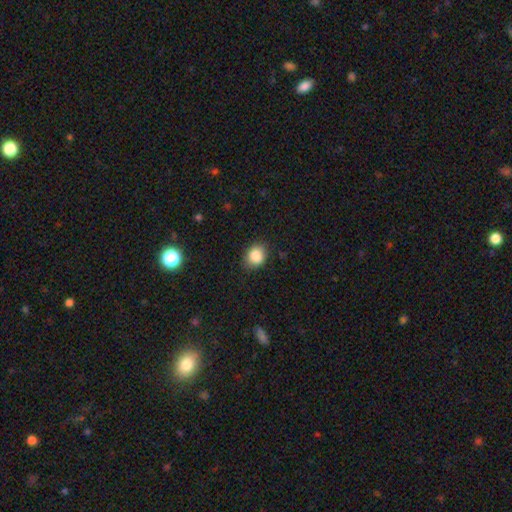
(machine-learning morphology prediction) This is clearly a smooth galaxy (86%). How rounded: possibly round (58%). Merging: clearly none (80%).